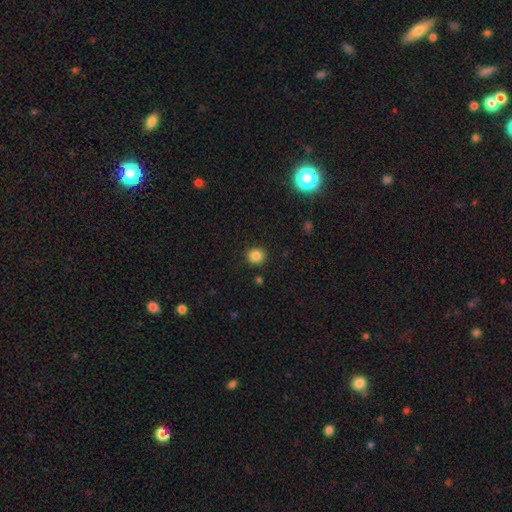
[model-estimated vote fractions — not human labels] Smooth or featured?
  - smooth: 85% *
  - star or artifact: 11%
  - featured or disk: 4%
How rounded?
  - round: 91% *
  - in between: 8%
  - cigar-shaped: 1%
Merging?
  - none: 90% *
  - minor disturbance: 6%
  - major disturbance: 2%
  - merger: 2%